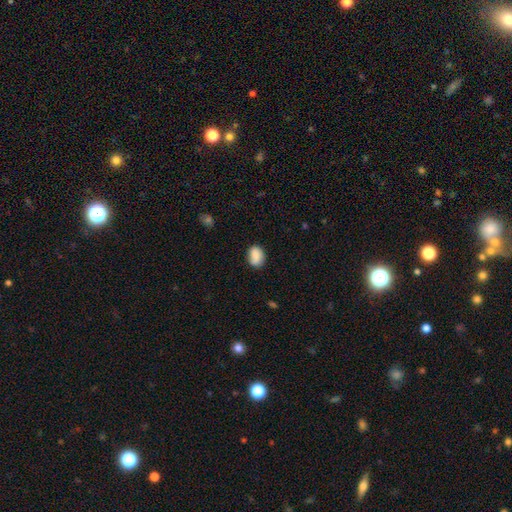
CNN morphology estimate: Smooth or featured: smooth — 84% (star or artifact — 8%)
How rounded: in between — 70% (round — 28%)
Merging: none — 74% (minor disturbance — 19%)